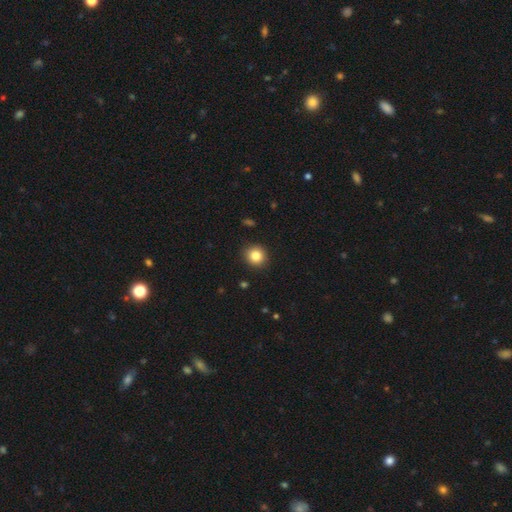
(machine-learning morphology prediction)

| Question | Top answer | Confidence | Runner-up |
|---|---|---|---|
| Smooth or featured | smooth | 84% | star or artifact (10%) |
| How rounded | round | 86% | in between (13%) |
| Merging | none | 90% | minor disturbance (7%) |